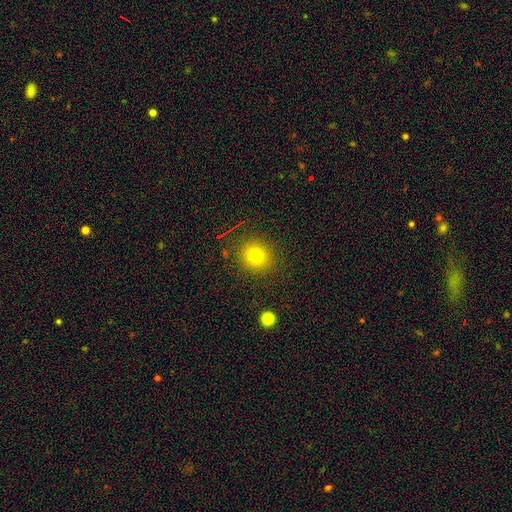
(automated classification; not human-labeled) Q: Smooth or featured?
A: smooth (78%); runner-up: star or artifact (14%)
Q: How rounded?
A: round (80%); runner-up: in between (19%)
Q: Merging?
A: none (88%); runner-up: minor disturbance (8%)